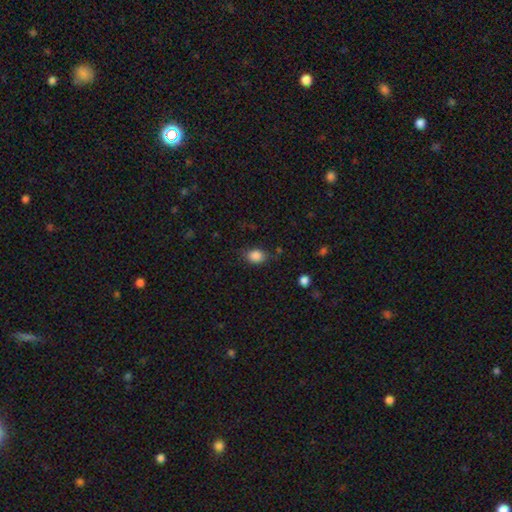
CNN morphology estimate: The model was most divided on "how rounded": in between: 62%, round: 37%, cigar-shaped: 1%. More confident: smooth or featured — smooth (86%); merging — none (75%).